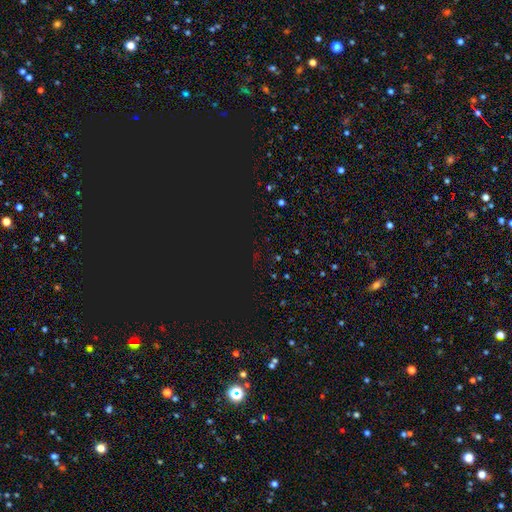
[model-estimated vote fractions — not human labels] star or artifact 78%, smooth 16%, featured or disk 7%.